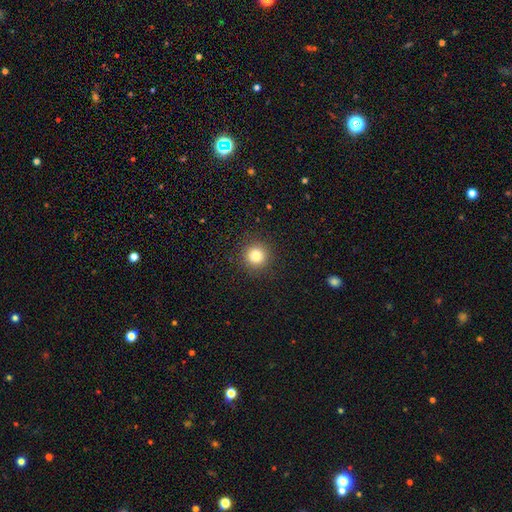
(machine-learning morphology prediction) A smooth galaxy with no disk features (82%) that is round (95%). Merging: none (92%).